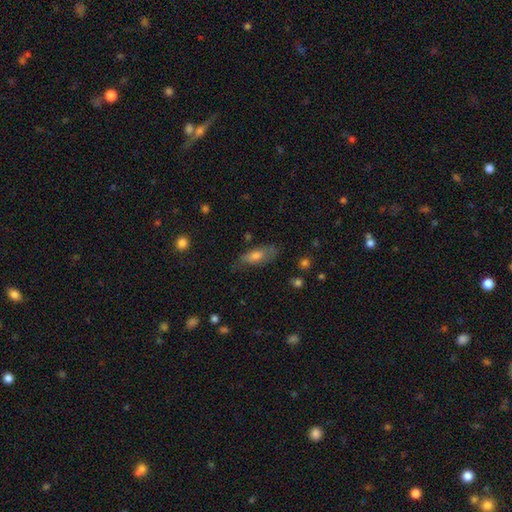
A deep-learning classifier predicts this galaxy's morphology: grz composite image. It shows a smooth galaxy with no disk features (65%) that is in between round and cigar-shaped (71%). Merging: none (65%).